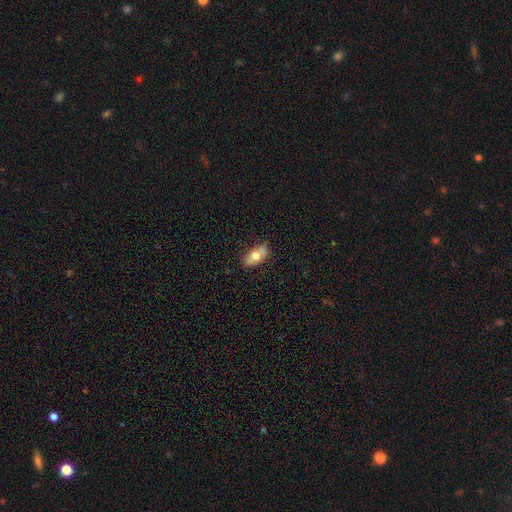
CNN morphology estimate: The model was most divided on "smooth or featured": smooth: 68%, featured or disk: 25%, star or artifact: 7%. More confident: how rounded — in between (90%); merging — none (80%).